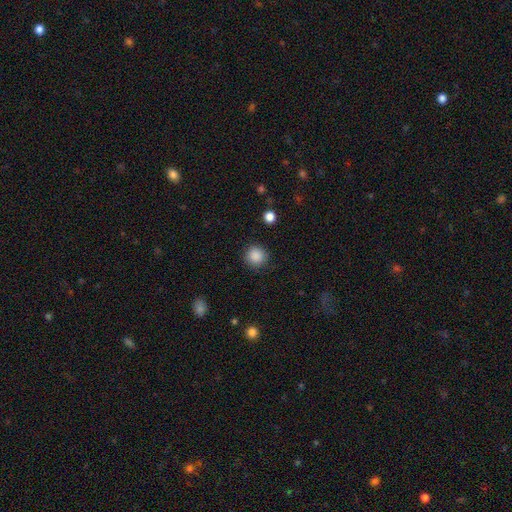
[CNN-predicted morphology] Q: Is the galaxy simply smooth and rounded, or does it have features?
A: smooth — 88%.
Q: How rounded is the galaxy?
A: round — 93%.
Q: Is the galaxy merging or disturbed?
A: none — 89%.